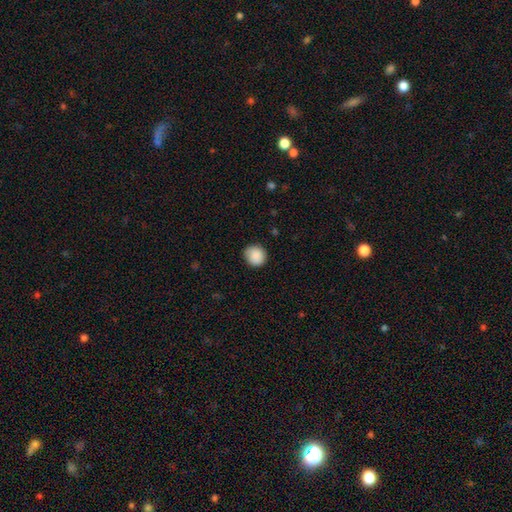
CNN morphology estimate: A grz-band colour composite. It shows a smooth galaxy with no disk features (89%) that is round (91%). Merging: none (86%).